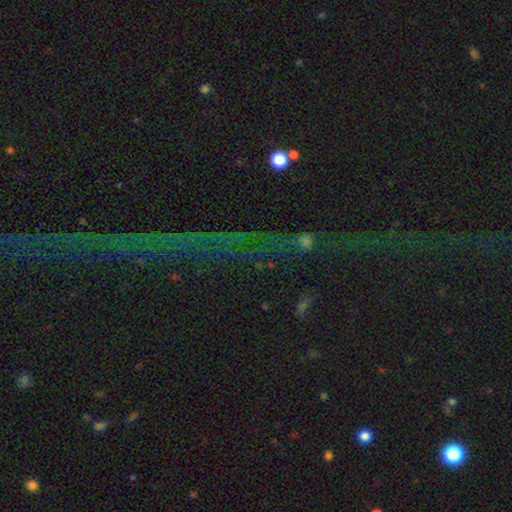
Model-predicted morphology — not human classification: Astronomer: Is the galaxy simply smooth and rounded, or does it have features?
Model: star or artifact — 78%.